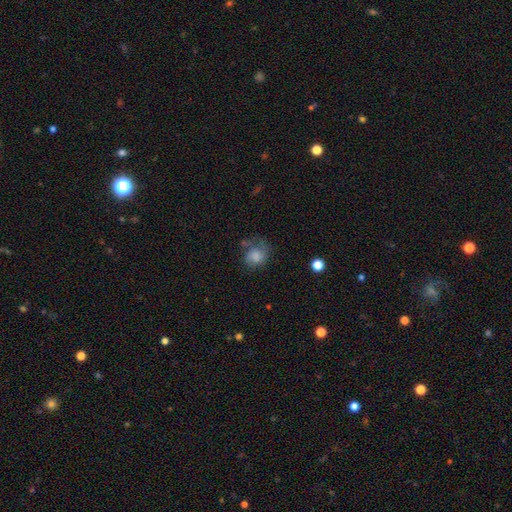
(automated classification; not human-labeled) The model was most divided on "merging": none: 40%, minor disturbance: 28%, major disturbance: 25%, merger: 6%. More confident: smooth or featured — smooth (67%); how rounded — round (64%).